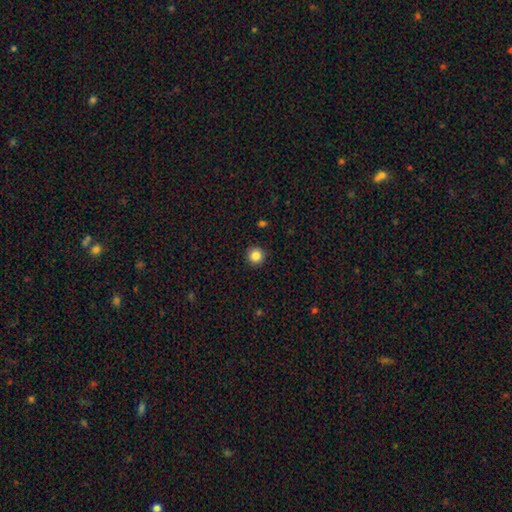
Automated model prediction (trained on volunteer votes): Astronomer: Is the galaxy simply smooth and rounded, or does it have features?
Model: smooth — 85%.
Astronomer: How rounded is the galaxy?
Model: round — 95%.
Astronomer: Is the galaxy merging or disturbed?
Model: none — 92%.